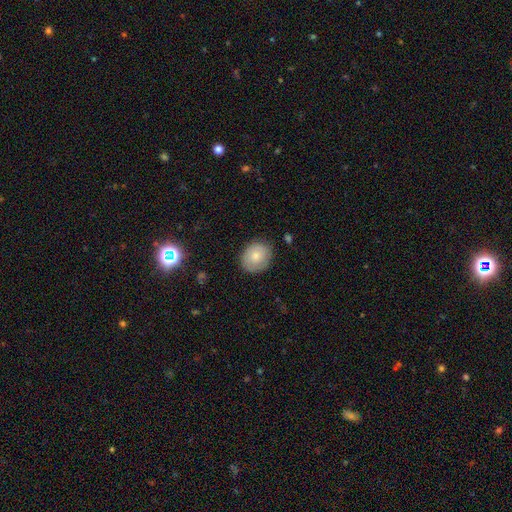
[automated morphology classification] Smooth or featured?
  - smooth: 72% *
  - featured or disk: 21%
  - star or artifact: 7%
How rounded?
  - round: 61% *
  - in between: 38%
  - cigar-shaped: 1%
Merging?
  - none: 81% *
  - minor disturbance: 14%
  - major disturbance: 3%
  - merger: 1%